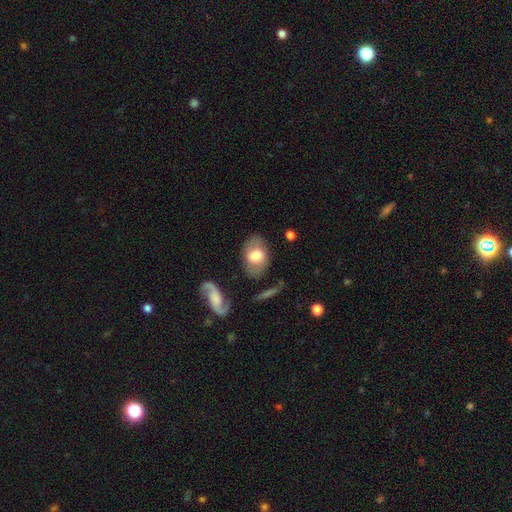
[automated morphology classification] smooth 58%, featured or disk 35%, star or artifact 6%. Down the decision tree: how rounded — in between (83%); merging — none (73%).